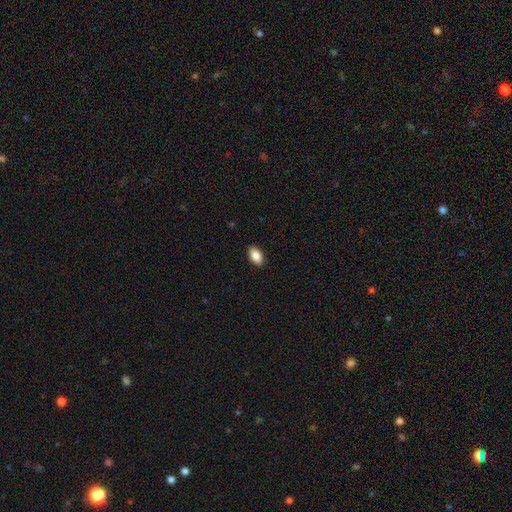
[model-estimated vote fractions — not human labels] smooth_or_featured: smooth (p=0.85) [alt: featured or disk p=0.08]
how_rounded: in between (p=0.92) [alt: round p=0.05]
merging: none (p=0.90) [alt: minor disturbance p=0.07]